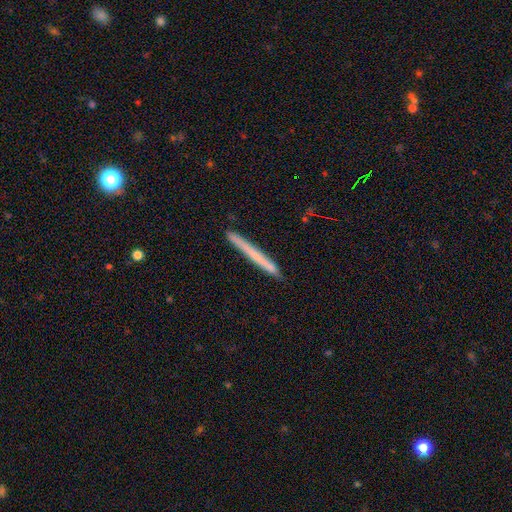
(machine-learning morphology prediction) Smooth or featured?
  - smooth: 60% *
  - featured or disk: 34%
  - star or artifact: 6%
How rounded?
  - cigar-shaped: 97% *
  - in between: 1%
  - round: 1%
Merging?
  - none: 90% *
  - minor disturbance: 7%
  - major disturbance: 1%
  - merger: 1%